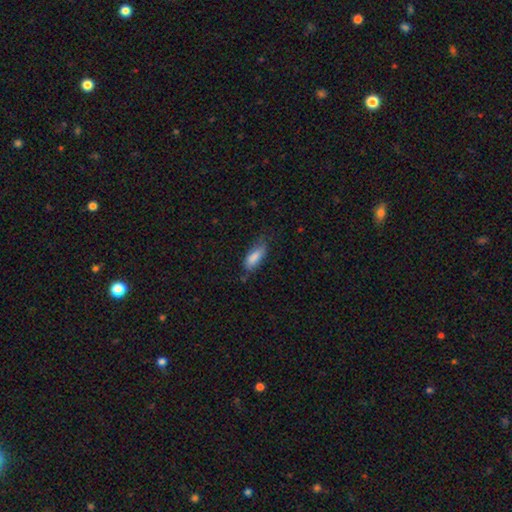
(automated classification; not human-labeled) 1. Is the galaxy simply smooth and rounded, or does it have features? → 82% smooth, 11% featured or disk, 7% star or artifact.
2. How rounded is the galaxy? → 71% in between, 27% cigar-shaped, 2% round.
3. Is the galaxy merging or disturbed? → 57% none, 32% minor disturbance, 9% major disturbance, 2% merger.